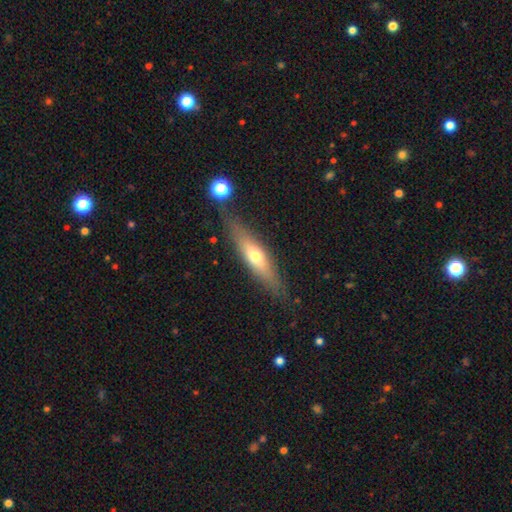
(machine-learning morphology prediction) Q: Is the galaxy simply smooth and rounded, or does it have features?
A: smooth — 47%.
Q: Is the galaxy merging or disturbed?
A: none — 78%.